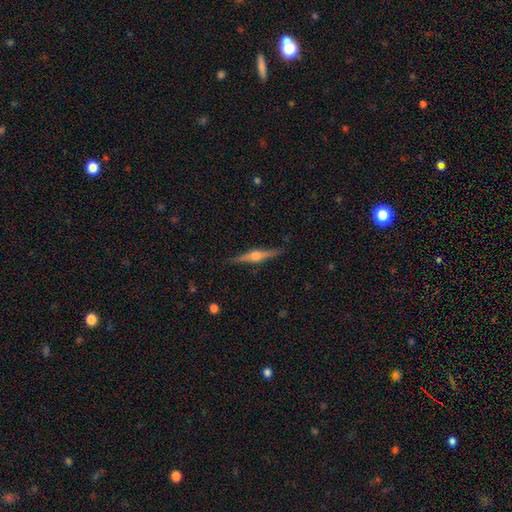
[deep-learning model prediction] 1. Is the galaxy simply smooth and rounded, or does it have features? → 80% featured or disk, 14% smooth, 6% star or artifact.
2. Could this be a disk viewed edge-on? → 98% yes, 2% no.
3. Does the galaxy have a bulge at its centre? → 92% rounded, 5% boxy, 2% none.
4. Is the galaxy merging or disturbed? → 89% none, 8% minor disturbance, 2% major disturbance, 1% merger.